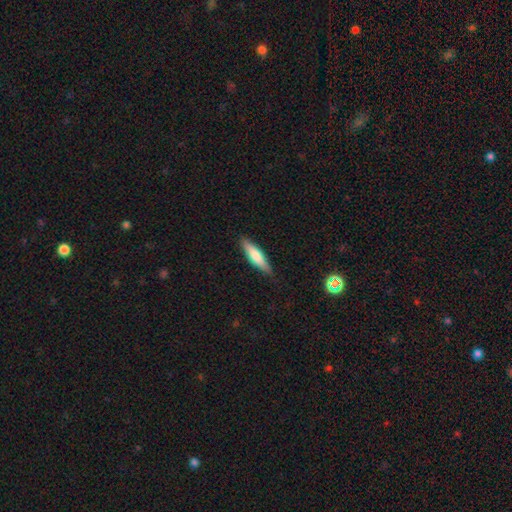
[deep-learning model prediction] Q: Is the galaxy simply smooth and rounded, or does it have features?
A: smooth — 68%.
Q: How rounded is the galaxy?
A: cigar-shaped — 74%.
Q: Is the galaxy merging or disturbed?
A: none — 86%.